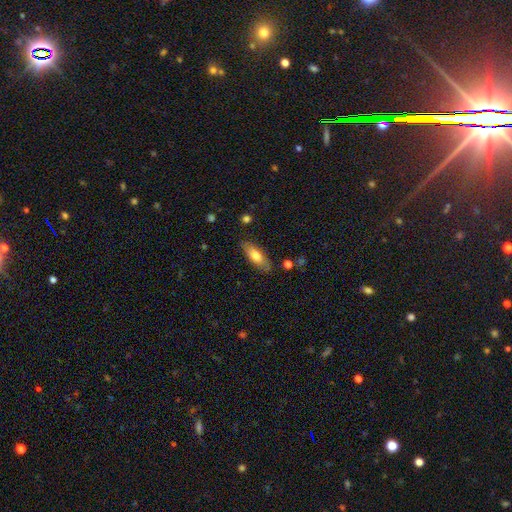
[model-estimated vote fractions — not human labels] Morphology: type=smooth (70%); roundness=in between (65%); merging=none (84%).